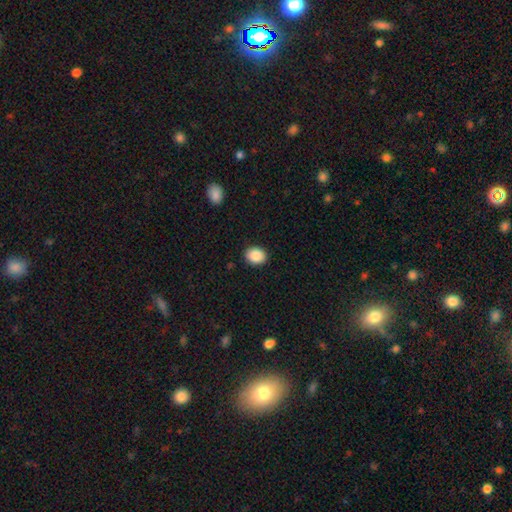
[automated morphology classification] The model was most divided on "how rounded": round: 50%, in between: 49%, cigar-shaped: 1%. More confident: merging — none (91%); smooth or featured — smooth (89%).